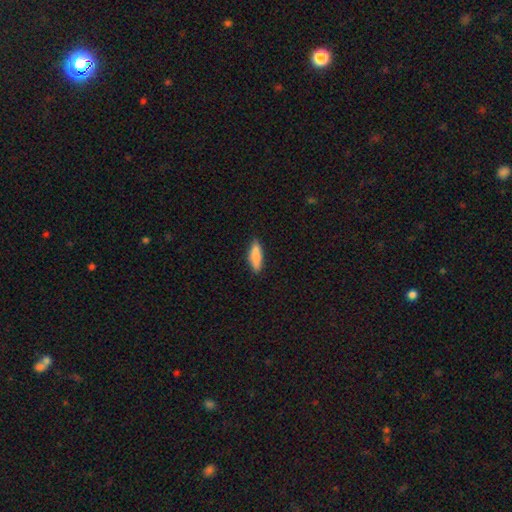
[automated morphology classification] Overall: smooth (87%). How rounded: cigar-shaped (57%; in between 42%). Merging: none (86%).